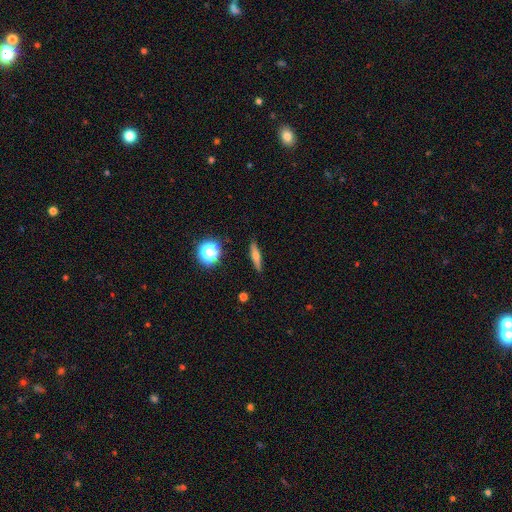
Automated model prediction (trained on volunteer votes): Smooth or featured: smooth — 49% (featured or disk — 41%)
Merging: none — 89% (minor disturbance — 7%)